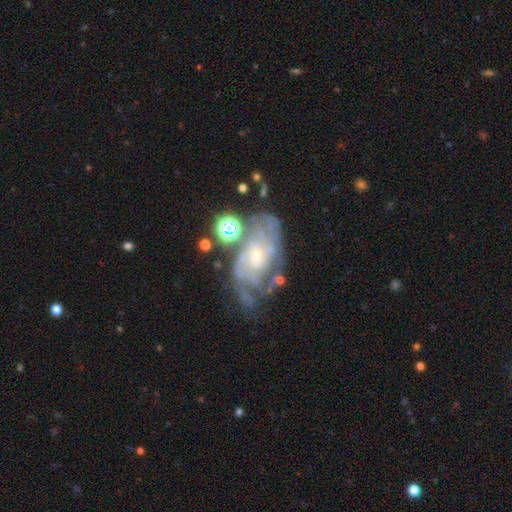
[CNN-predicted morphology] This appears to be a featured or disk galaxy (80%) with no bar (64%), tight (54%) spiral arms (88%) and a small central bulge (68%). Merging: none (54%).